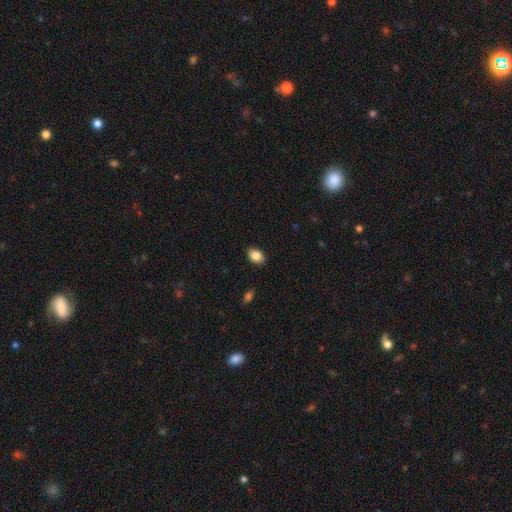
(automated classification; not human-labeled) Overall: smooth (86%). How rounded: in between (79%). Merging: none (88%).